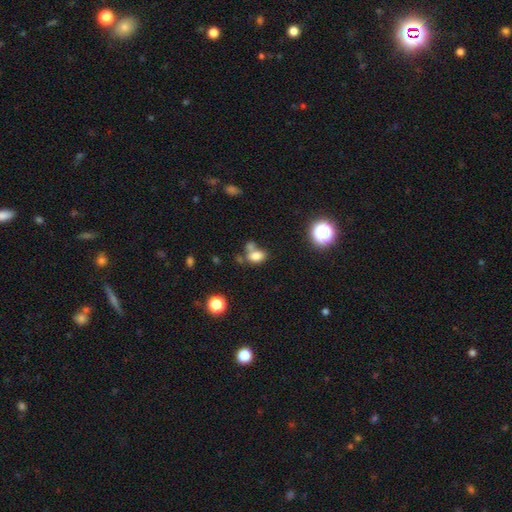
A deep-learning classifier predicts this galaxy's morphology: Q: Smooth or featured?
A: smooth (76%); runner-up: star or artifact (14%)
Q: How rounded?
A: in between (76%); runner-up: round (22%)
Q: Merging?
A: none (42%); runner-up: merger (36%)